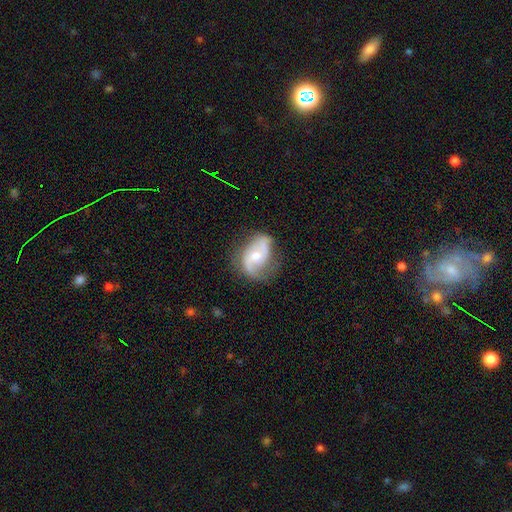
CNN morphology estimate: featured or disk 74%, smooth 19%, star or artifact 6%. Down the decision tree: edge-on disk — no (96%); bar — no (59%); spiral arms — yes (89%); spiral arm count — 2 (81%); spiral winding — loose (44%); bulge size — moderate (63%); merging — none (60%).